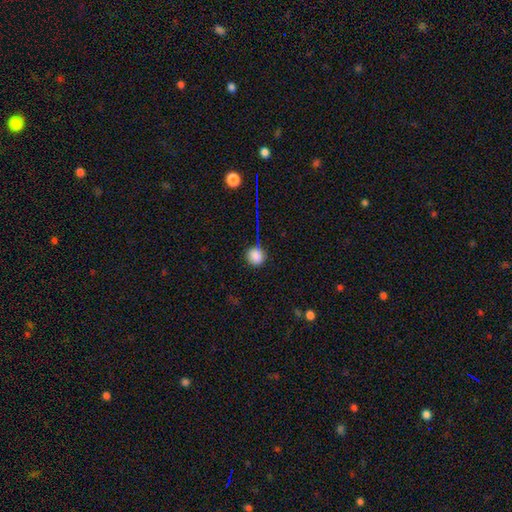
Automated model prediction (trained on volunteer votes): Overall: smooth (80%). How rounded: round (80%). Merging: none (74%).